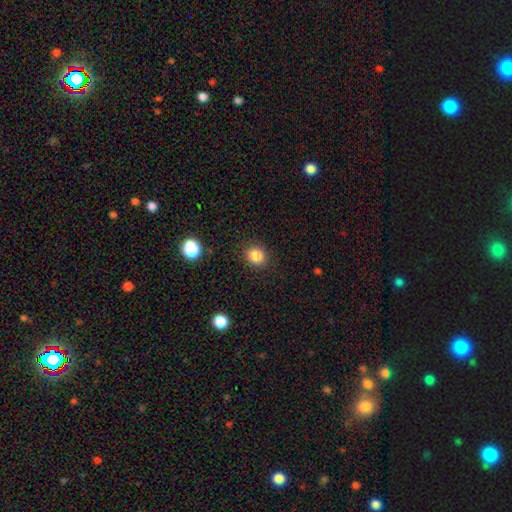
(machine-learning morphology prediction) Smooth or featured: smooth — 85% (star or artifact — 11%)
How rounded: round — 75% (in between — 24%)
Merging: none — 88% (minor disturbance — 8%)